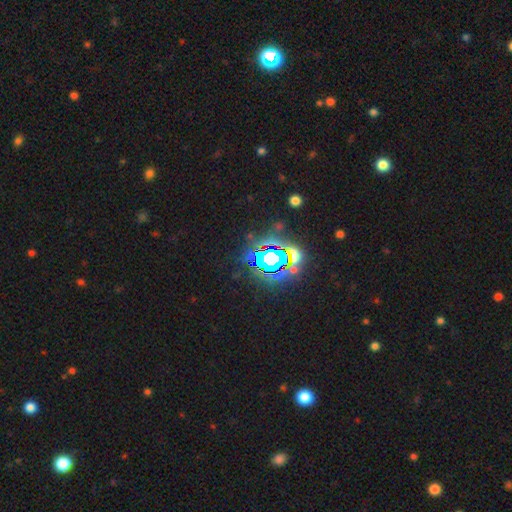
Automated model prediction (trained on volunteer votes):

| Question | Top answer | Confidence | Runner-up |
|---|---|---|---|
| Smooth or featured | star or artifact | 82% | smooth (11%) |